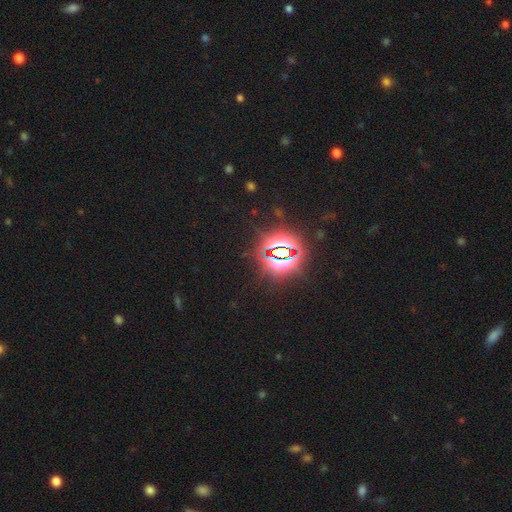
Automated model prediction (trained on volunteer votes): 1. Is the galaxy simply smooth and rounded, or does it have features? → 87% star or artifact, 8% smooth, 5% featured or disk.